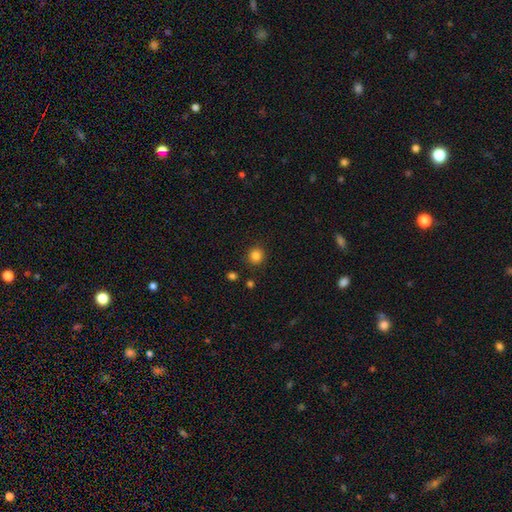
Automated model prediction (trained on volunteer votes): smooth_or_featured: smooth (p=0.84) [alt: star or artifact p=0.12]
how_rounded: round (p=0.92) [alt: in between p=0.07]
merging: none (p=0.90) [alt: minor disturbance p=0.06]